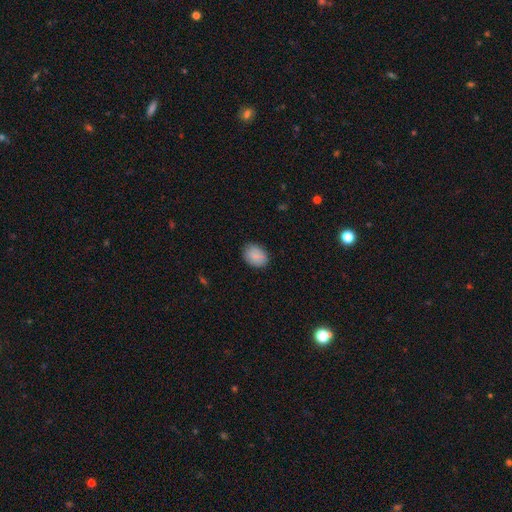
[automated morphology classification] Smooth or featured? smooth (87%)
How rounded? in between (66%)
Merging? none (84%)